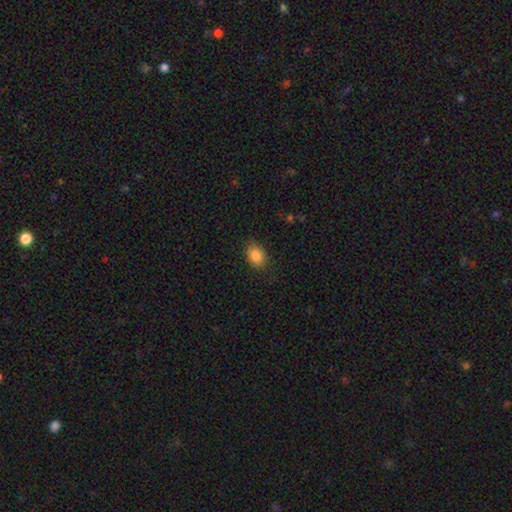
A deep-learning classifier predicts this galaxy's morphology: smooth_or_featured: smooth (p=0.87) [alt: star or artifact p=0.08]
how_rounded: in between (p=0.78) [alt: round p=0.21]
merging: none (p=0.82) [alt: minor disturbance p=0.14]